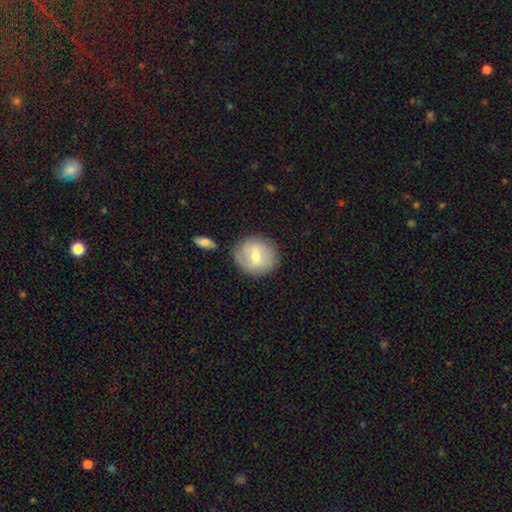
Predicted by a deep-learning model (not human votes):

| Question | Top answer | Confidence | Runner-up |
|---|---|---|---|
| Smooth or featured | smooth | 54% | featured or disk (39%) |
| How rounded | round | 82% | in between (17%) |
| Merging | none | 78% | minor disturbance (14%) |